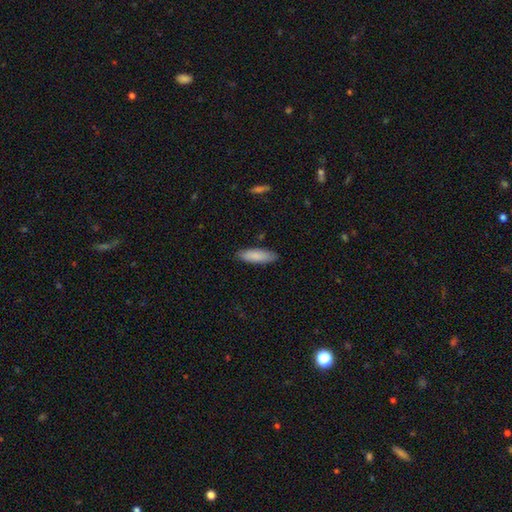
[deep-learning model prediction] smooth-or-featured: smooth: 86% | featured or disk: 8% | star or artifact: 6%
  how-rounded: in between: 51% | cigar-shaped: 48% | round: 1%
  merging: none: 87% | minor disturbance: 10% | major disturbance: 2% | merger: 1%